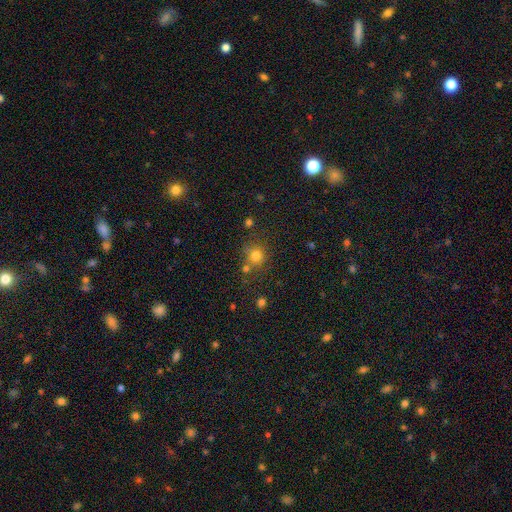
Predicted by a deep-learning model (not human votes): The model was most divided on "merging": none: 69%, merger: 16%, minor disturbance: 11%, major disturbance: 4%. More confident: how rounded — round (89%); smooth or featured — smooth (78%).